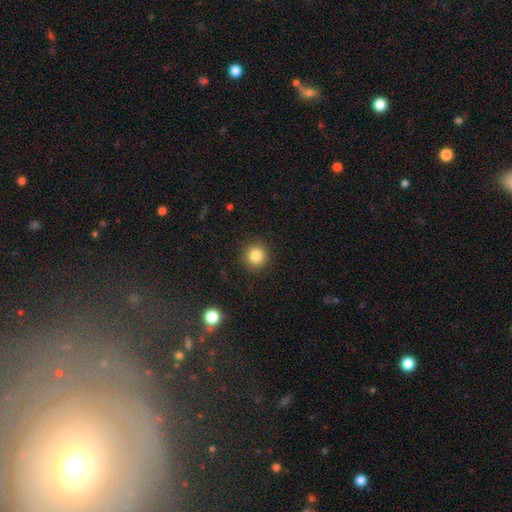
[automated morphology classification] smooth-or-featured: smooth: 83% | star or artifact: 11% | featured or disk: 6%
  how-rounded: round: 94% | in between: 5% | cigar-shaped: 1%
  merging: none: 91% | minor disturbance: 6% | major disturbance: 2% | merger: 1%